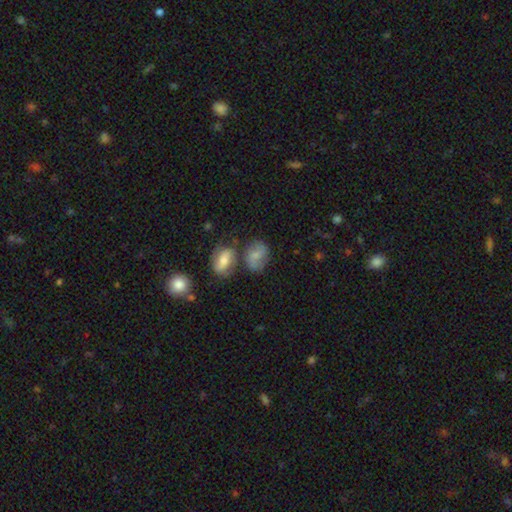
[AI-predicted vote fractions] This appears to be a smooth galaxy with no disk features (58%) that is in between round and cigar-shaped (60%). Merging: none (43%).